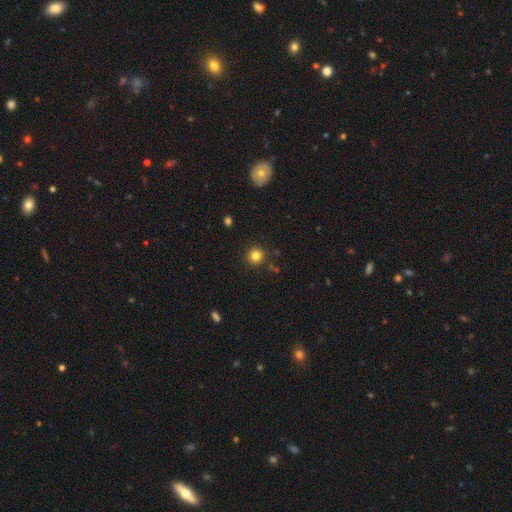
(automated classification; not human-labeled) smooth 82%, star or artifact 13%, featured or disk 5%. Down the decision tree: how rounded — round (93%); merging — none (89%).